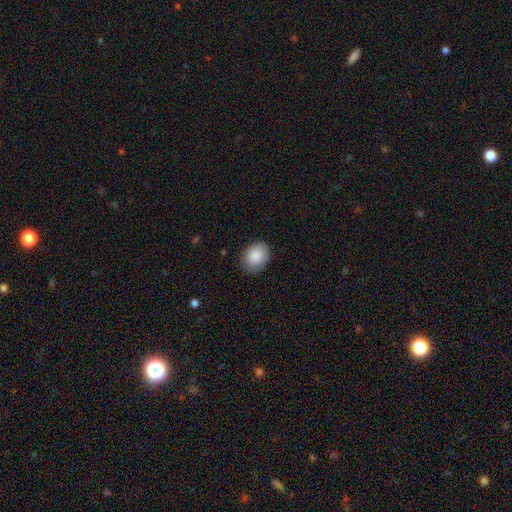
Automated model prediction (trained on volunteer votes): Smooth or featured? smooth (88%)
How rounded? in between (71%)
Merging? none (83%)